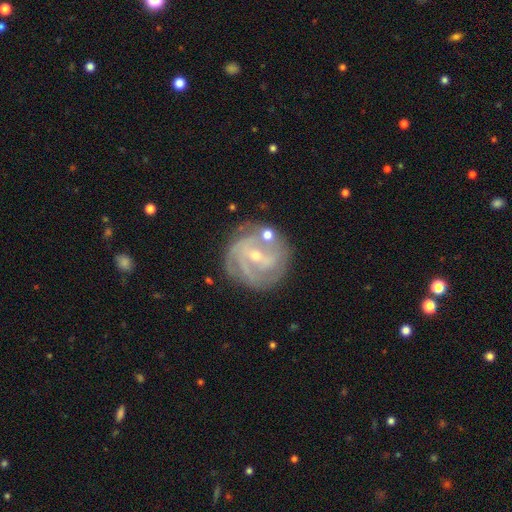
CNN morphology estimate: type=featured or disk (85%); edge-on=no (97%); bar=weak (46%); spiral arms=yes (94%); winding=tight (64%); arm count=3 (31%); bulge=small (68%); merging=none (73%).